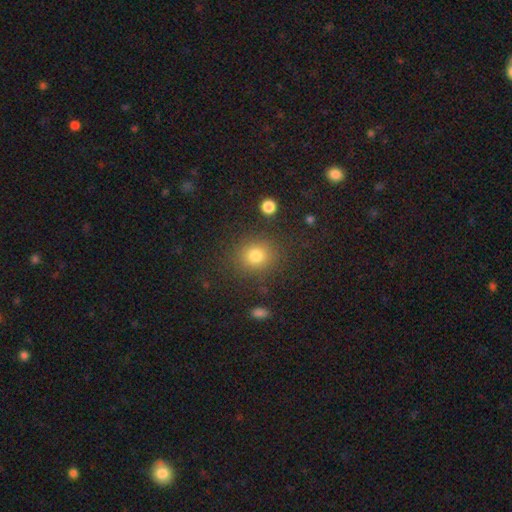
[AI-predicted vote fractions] A smooth galaxy with no disk features (79%) that is round (78%). Merging: none (85%).